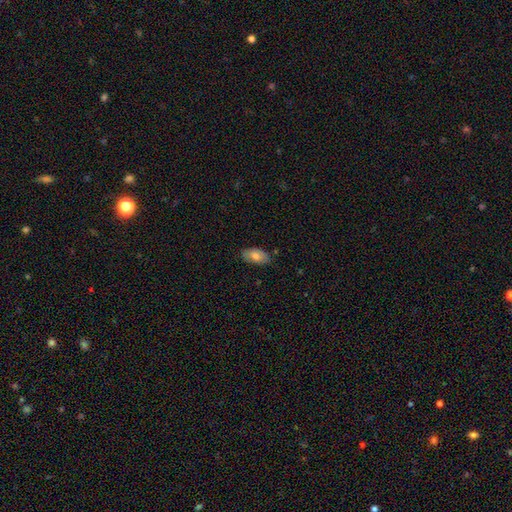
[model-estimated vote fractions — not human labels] Smooth or featured?
  - smooth: 75% *
  - featured or disk: 18%
  - star or artifact: 7%
How rounded?
  - in between: 93% *
  - round: 3%
  - cigar-shaped: 3%
Merging?
  - none: 81% *
  - minor disturbance: 15%
  - major disturbance: 2%
  - merger: 1%